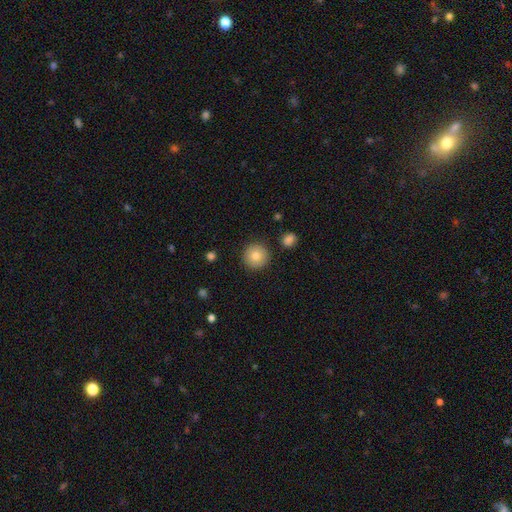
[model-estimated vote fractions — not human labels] The model was most divided on "smooth or featured": smooth: 82%, star or artifact: 9%, featured or disk: 9%. More confident: how rounded — round (95%); merging — none (91%).